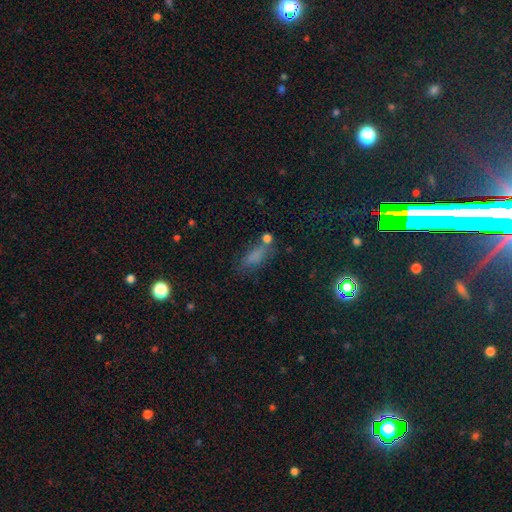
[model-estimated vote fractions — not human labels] Overall: smooth (69%). How rounded: in between (67%; cigar-shaped 27%). Merging: none (57%; minor disturbance 21%).